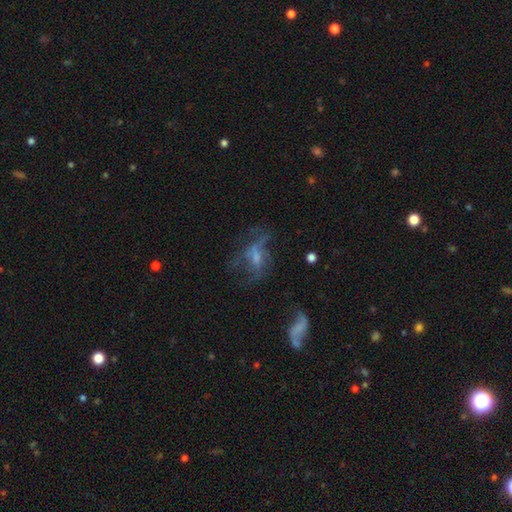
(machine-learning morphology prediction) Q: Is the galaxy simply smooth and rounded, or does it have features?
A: featured or disk — 59%.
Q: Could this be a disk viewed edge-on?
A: no — 92%.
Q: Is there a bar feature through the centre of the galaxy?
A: no — 54%.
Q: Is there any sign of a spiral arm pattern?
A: no — 53%.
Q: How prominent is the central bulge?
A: small — 36%.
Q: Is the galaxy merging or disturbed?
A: major disturbance — 41%.